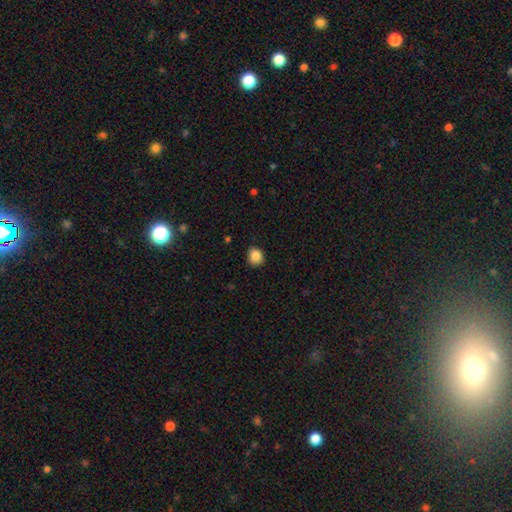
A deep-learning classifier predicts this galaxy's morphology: Q: Smooth or featured?
A: smooth (86%); runner-up: star or artifact (9%)
Q: How rounded?
A: round (80%); runner-up: in between (19%)
Q: Merging?
A: none (88%); runner-up: minor disturbance (9%)